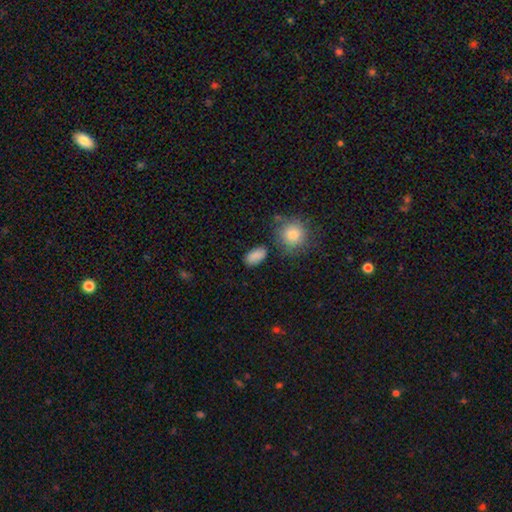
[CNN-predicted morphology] A smooth galaxy with no disk features (87%) that is in between round and cigar-shaped (90%).

Vote fractions:
- Smooth or featured? smooth: 87% / star or artifact: 8% / featured or disk: 4%
- How rounded? in between: 90% / round: 8% / cigar-shaped: 2%
- Merging? none: 80% / minor disturbance: 12% / merger: 4% / major disturbance: 4%